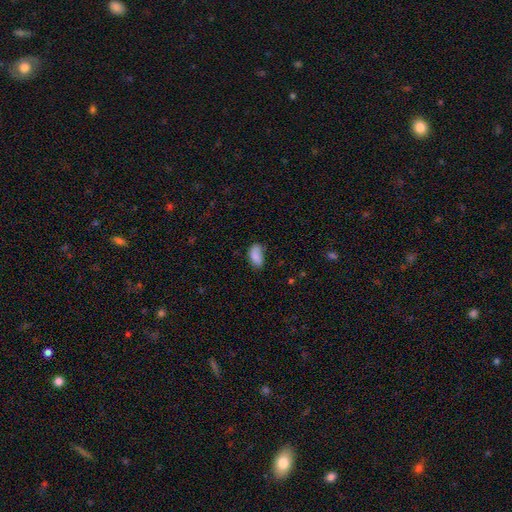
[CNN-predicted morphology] Smooth or featured?
  - smooth: 85% *
  - star or artifact: 8%
  - featured or disk: 7%
How rounded?
  - in between: 92% *
  - cigar-shaped: 4%
  - round: 4%
Merging?
  - none: 59% *
  - minor disturbance: 30%
  - major disturbance: 7%
  - merger: 3%